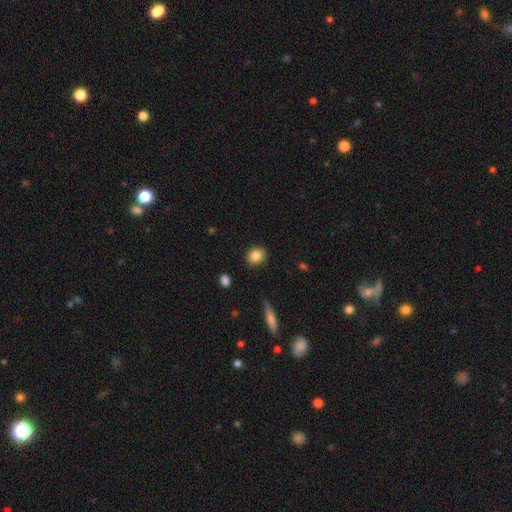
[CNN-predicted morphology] smooth_or_featured: smooth (p=0.85) [alt: star or artifact p=0.08]
how_rounded: round (p=0.68) [alt: in between p=0.30]
merging: none (p=0.89) [alt: minor disturbance p=0.08]